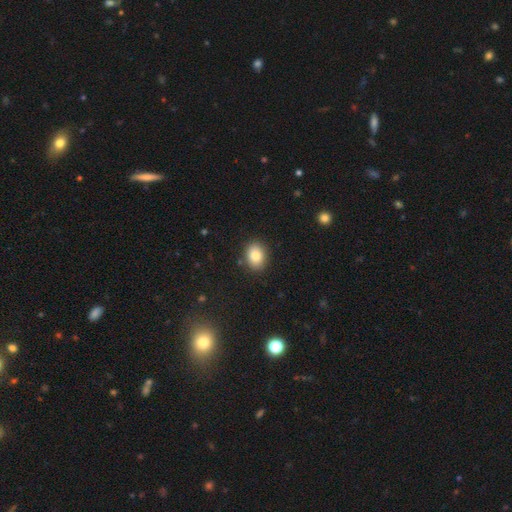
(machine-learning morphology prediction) Smooth or featured?
  - smooth: 83% *
  - featured or disk: 9%
  - star or artifact: 9%
How rounded?
  - in between: 65% *
  - round: 34%
  - cigar-shaped: 1%
Merging?
  - none: 87% *
  - minor disturbance: 9%
  - major disturbance: 2%
  - merger: 2%